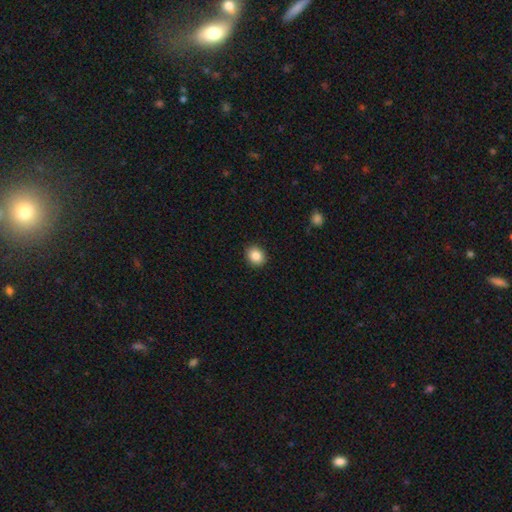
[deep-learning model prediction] smooth 86%, star or artifact 9%, featured or disk 5%. Down the decision tree: how rounded — round (70%); merging — none (91%).